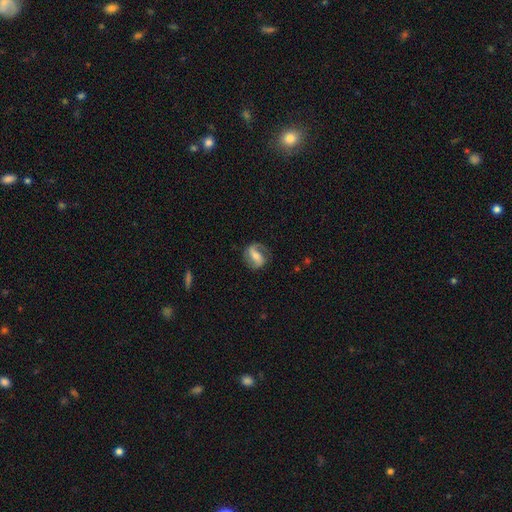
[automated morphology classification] smooth-or-featured: featured or disk: 77% | smooth: 17% | star or artifact: 6%
  disk-edge-on: no: 96% | yes: 4%
    bar: strong: 44% | weak: 37% | no: 19%
    has-spiral-arms: yes: 91% | no: 9%
      spiral-winding: medium: 44% | loose: 34% | tight: 23%
      spiral-arm-count: 2: 75% | 1: 18% | can't tell: 5% | 3: 1% | 4: 1% | more than 4: 1%
    bulge-size: moderate: 53% | small: 37% | large: 5% | none: 4% | dominant: 1%
  merging: none: 73% | minor disturbance: 17% | major disturbance: 9% | merger: 1%